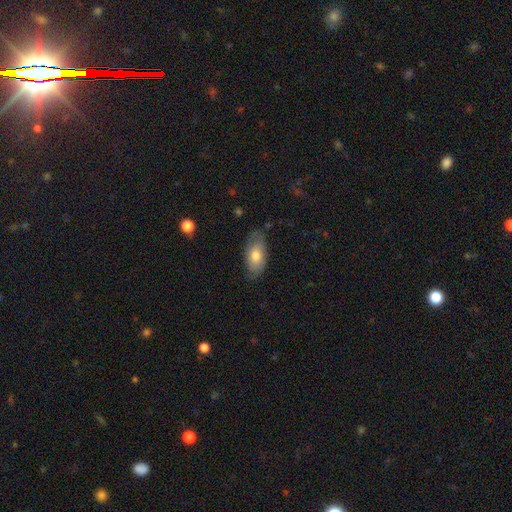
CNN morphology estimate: Smooth or featured?
  - smooth: 69% *
  - featured or disk: 25%
  - star or artifact: 6%
How rounded?
  - in between: 92% *
  - cigar-shaped: 4%
  - round: 4%
Merging?
  - none: 70% *
  - minor disturbance: 24%
  - major disturbance: 5%
  - merger: 1%